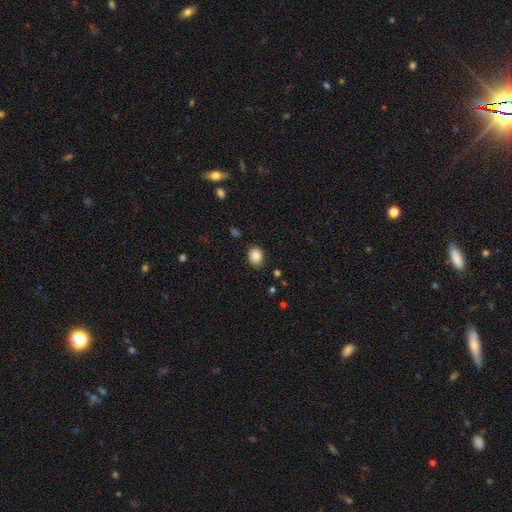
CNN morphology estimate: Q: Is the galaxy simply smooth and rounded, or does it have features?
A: smooth — 86%.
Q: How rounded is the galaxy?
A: in between — 55%.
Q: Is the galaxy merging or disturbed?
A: none — 82%.